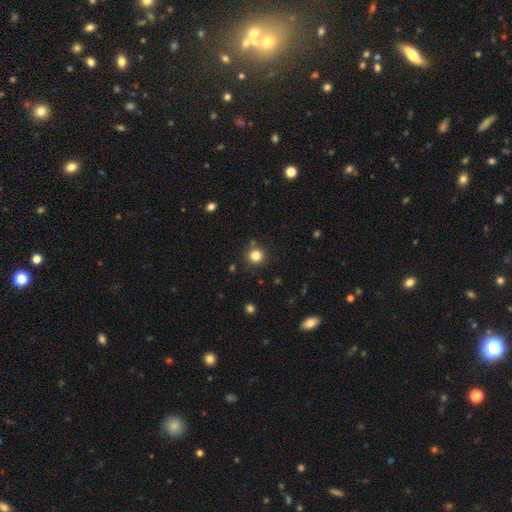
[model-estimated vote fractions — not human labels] A smooth galaxy with no disk features (82%) that is round (92%). Merging: none (86%).